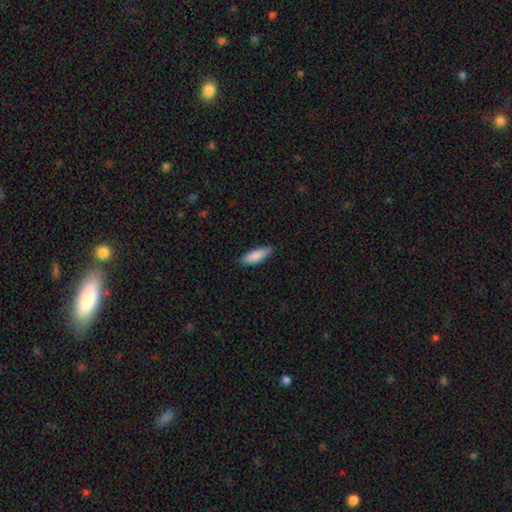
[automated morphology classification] A smooth galaxy with no disk features (87%) that is in between round and cigar-shaped (55%).

Vote fractions:
- Smooth or featured? smooth: 87% / featured or disk: 8% / star or artifact: 5%
- How rounded? in between: 55% / cigar-shaped: 43% / round: 2%
- Merging? none: 88% / minor disturbance: 9% / major disturbance: 2% / merger: 1%